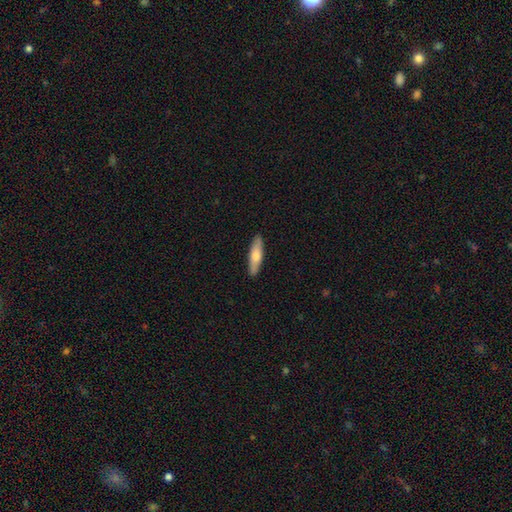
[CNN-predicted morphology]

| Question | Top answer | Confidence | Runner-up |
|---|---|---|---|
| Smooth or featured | smooth | 63% | featured or disk (32%) |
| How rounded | cigar-shaped | 70% | in between (28%) |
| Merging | none | 91% | minor disturbance (7%) |